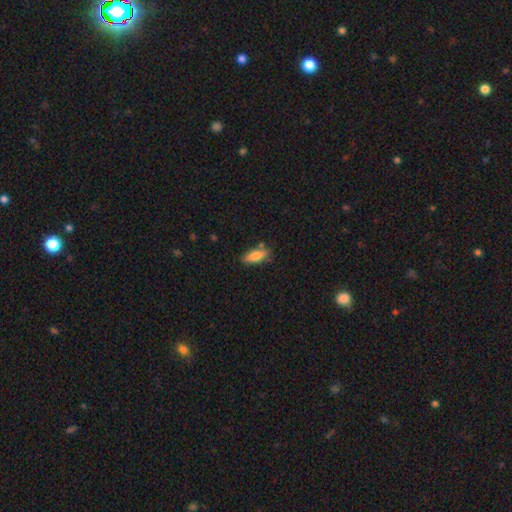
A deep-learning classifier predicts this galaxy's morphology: This is likely a smooth galaxy (79%). How rounded: likely in between (65%). Merging: likely none (76%).